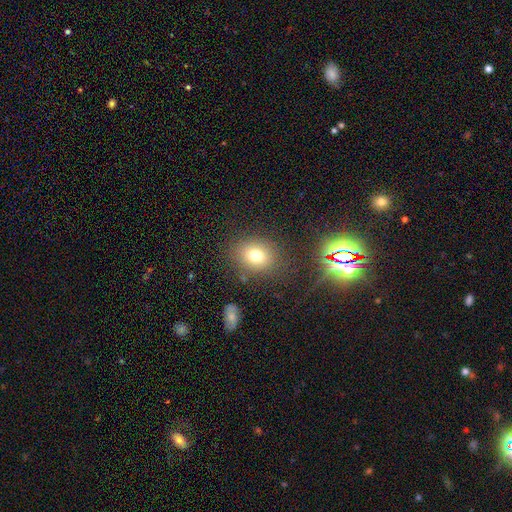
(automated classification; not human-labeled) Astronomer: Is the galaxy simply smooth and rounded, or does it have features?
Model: smooth — 74%.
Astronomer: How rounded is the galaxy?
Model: round — 53% (runner-up: in between, 46%).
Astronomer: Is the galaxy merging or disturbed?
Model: none — 81%.